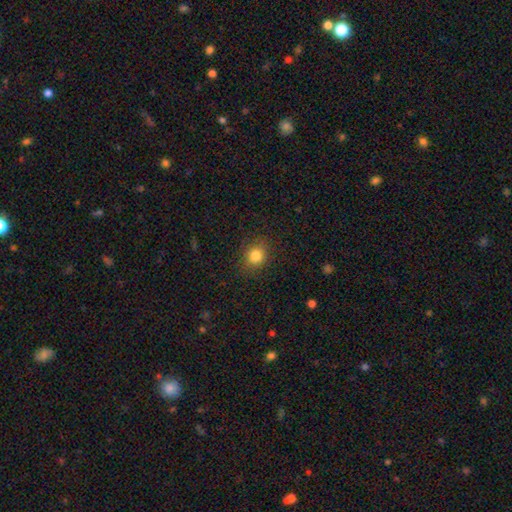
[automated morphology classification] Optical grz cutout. It shows a smooth galaxy with no disk features (82%) that is round (70%). Merging: none (85%).